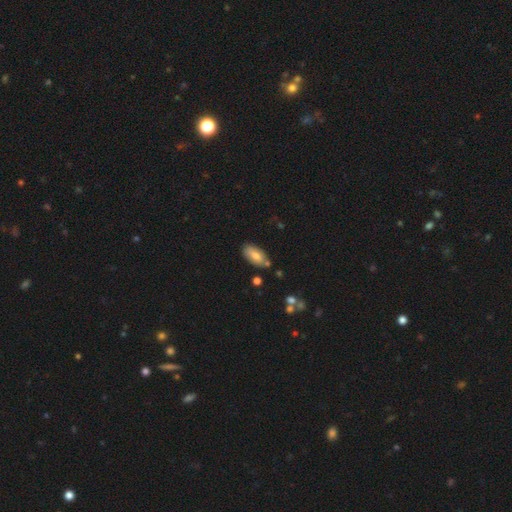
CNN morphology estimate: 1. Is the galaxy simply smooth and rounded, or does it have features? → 76% smooth, 18% featured or disk, 7% star or artifact.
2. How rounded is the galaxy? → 91% in between, 6% cigar-shaped, 2% round.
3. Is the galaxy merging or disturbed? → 74% none, 17% minor disturbance, 6% merger, 3% major disturbance.